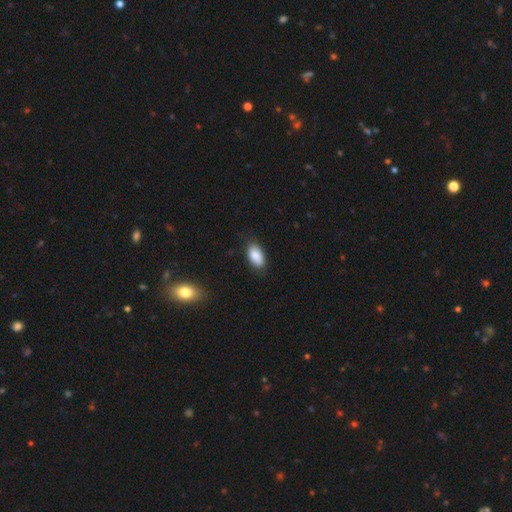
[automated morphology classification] Smooth or featured? smooth (88%)
How rounded? in between (93%)
Merging? none (83%)